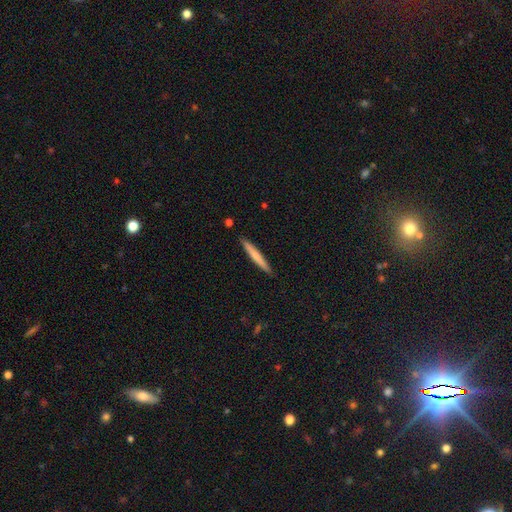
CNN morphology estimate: This is likely a smooth galaxy (65%). How rounded: clearly cigar-shaped (96%). Merging: clearly none (90%).